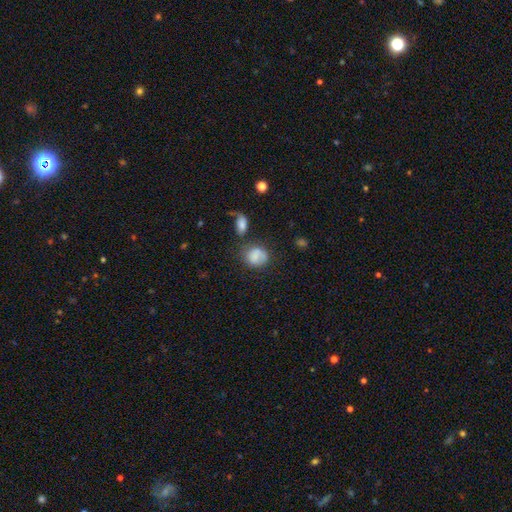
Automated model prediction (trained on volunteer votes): A smooth galaxy with no disk features (77%) that is round (67%).

Vote fractions:
- Smooth or featured? smooth: 77% / featured or disk: 13% / star or artifact: 10%
- How rounded? round: 67% / in between: 32% / cigar-shaped: 1%
- Merging? none: 53% / minor disturbance: 23% / merger: 13% / major disturbance: 11%